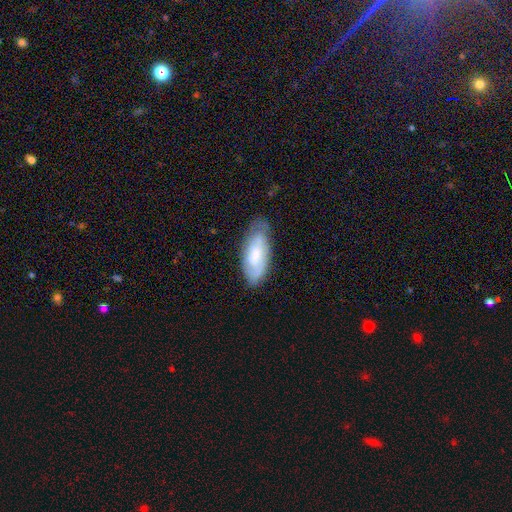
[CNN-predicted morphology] type=featured or disk (47%); merging=none (64%).